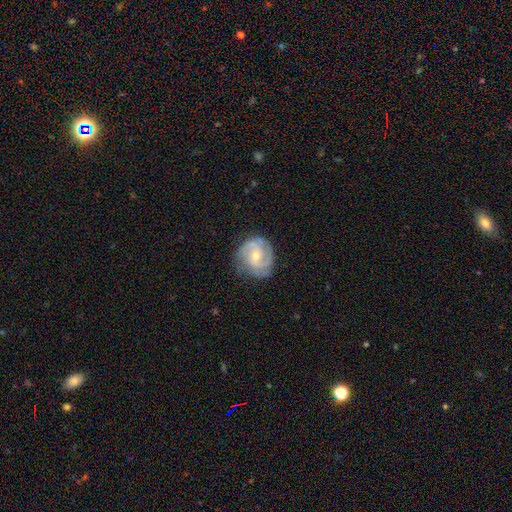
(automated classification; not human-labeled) This is likely a featured or disk galaxy (79%). It is clearly not viewed edge-on (98%). Bar: possibly no (55%). Spiral arm pattern: clearly yes (93%). Spiral arm count: possibly 2 (46%). Spiral winding: possibly tight (49%). Central bulge: possibly small (49%). Merging: likely none (71%).